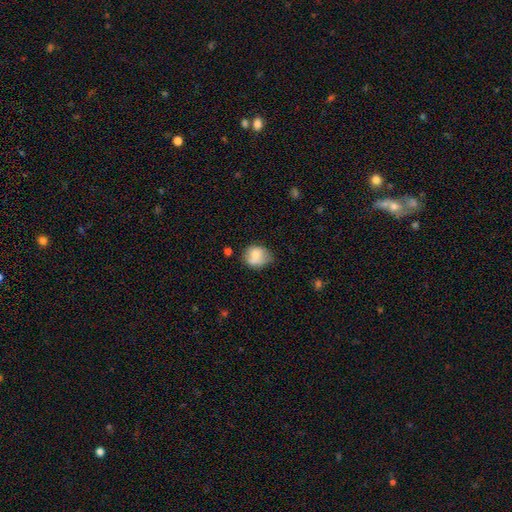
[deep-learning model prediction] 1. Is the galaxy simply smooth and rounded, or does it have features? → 74% smooth, 17% featured or disk, 9% star or artifact.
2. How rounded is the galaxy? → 53% round, 46% in between, 1% cigar-shaped.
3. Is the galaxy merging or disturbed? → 49% none, 32% minor disturbance, 11% merger, 9% major disturbance.